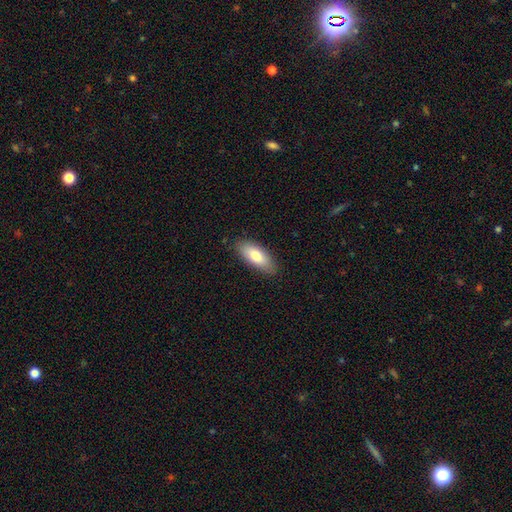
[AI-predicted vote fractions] Smooth or featured: smooth — 81% (featured or disk — 13%)
How rounded: in between — 79% (cigar-shaped — 19%)
Merging: none — 85% (minor disturbance — 12%)